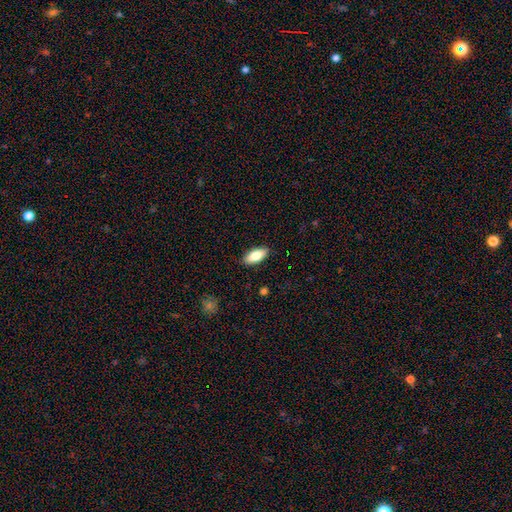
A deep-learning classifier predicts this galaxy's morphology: smooth 80%, featured or disk 13%, star or artifact 6%. Down the decision tree: how rounded — in between (87%); merging — none (89%).